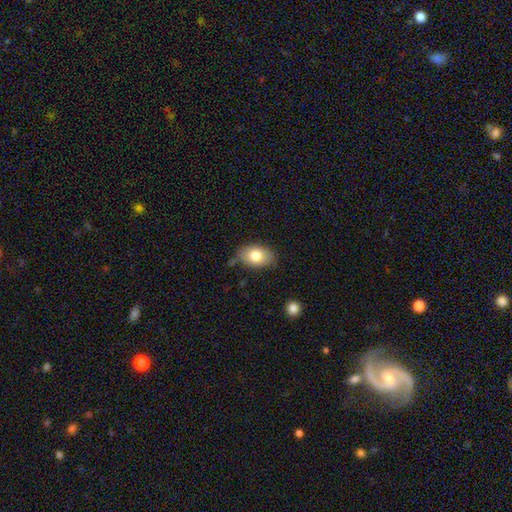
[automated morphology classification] type=smooth (78%); roundness=in between (87%); merging=none (74%).